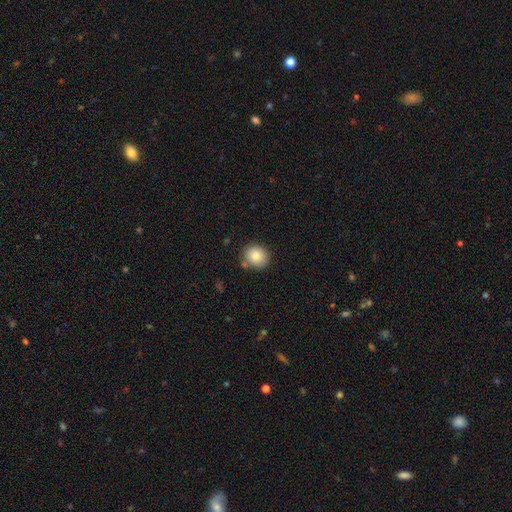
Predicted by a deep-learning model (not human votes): Smooth or featured: smooth — 82% (star or artifact — 9%)
How rounded: round — 80% (in between — 19%)
Merging: none — 80% (minor disturbance — 12%)